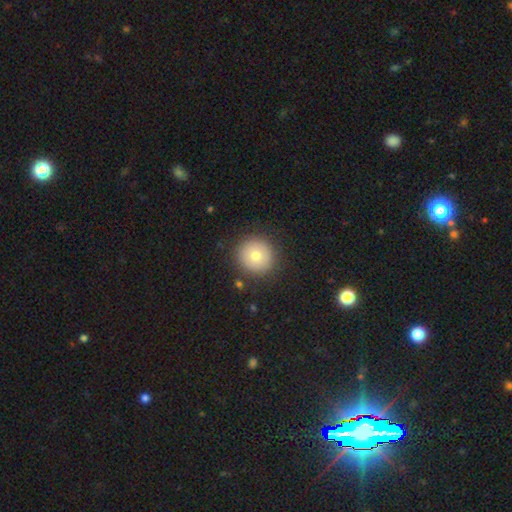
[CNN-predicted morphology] This is likely a smooth galaxy (78%). How rounded: clearly round (93%). Merging: clearly none (88%).